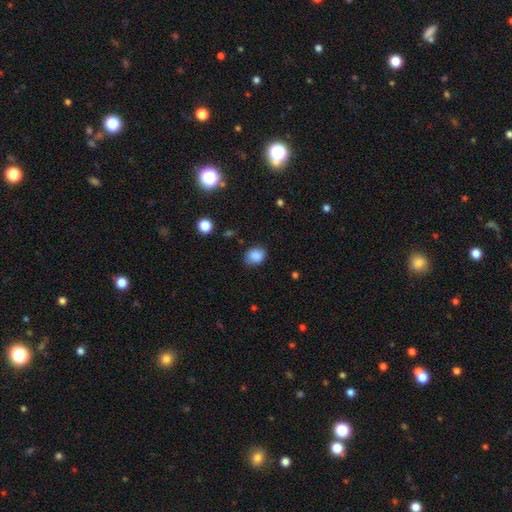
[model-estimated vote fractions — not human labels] Smooth or featured? smooth (85%)
How rounded? round (53%)
Merging? none (73%)